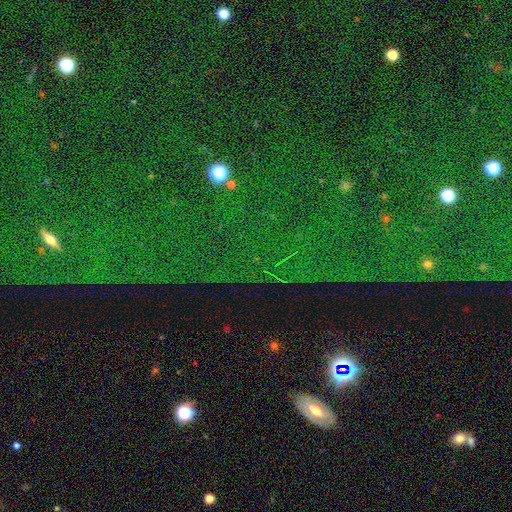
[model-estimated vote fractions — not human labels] Smooth or featured? Predicted: star or artifact (p=0.81).